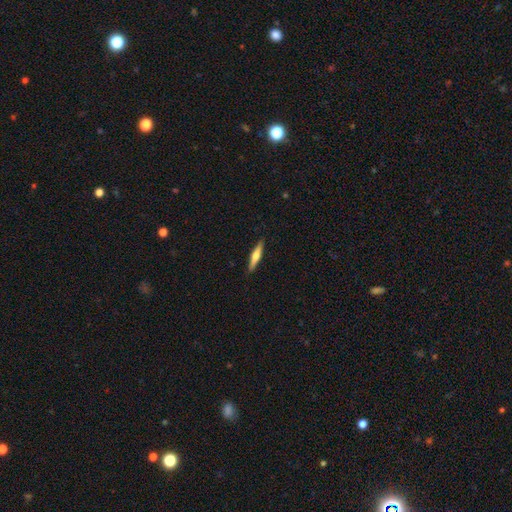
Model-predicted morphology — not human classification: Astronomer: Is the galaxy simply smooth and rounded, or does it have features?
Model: featured or disk — 52% (runner-up: smooth, 42%).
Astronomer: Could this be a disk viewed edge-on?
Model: yes — 96%.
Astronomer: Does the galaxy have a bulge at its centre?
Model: rounded — 87%.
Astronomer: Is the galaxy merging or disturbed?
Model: none — 90%.